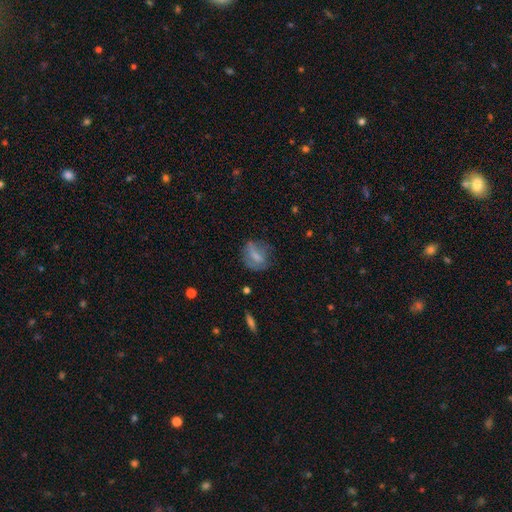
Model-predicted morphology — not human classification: Overall: smooth (59%; featured or disk 31%). How rounded: in between (47%, tied with round). Merging: none (53%; minor disturbance 27%).